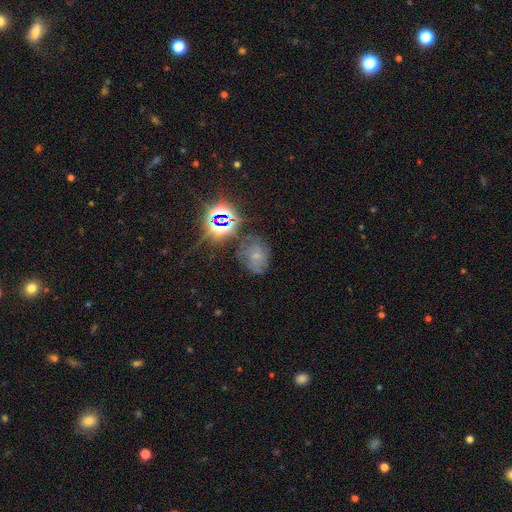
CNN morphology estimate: Smooth or featured: star or artifact — 39% (smooth — 35%)